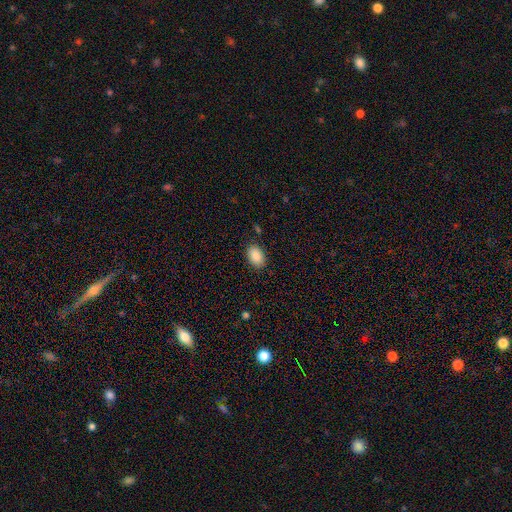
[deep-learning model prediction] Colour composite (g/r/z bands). It shows a smooth galaxy with no disk features (89%) that is in between round and cigar-shaped (87%). Merging: none (86%).